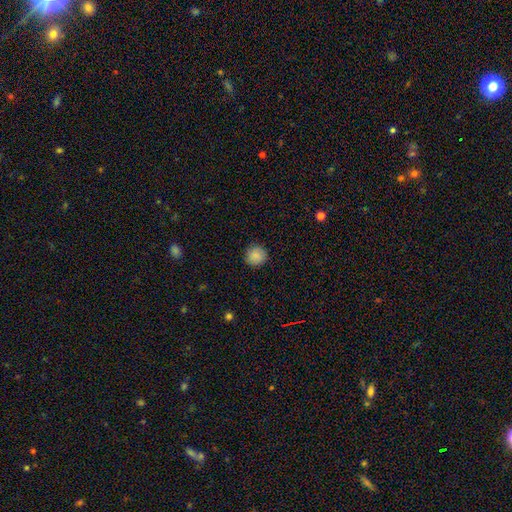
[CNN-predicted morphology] Overall: smooth (88%). How rounded: round (93%). Merging: none (89%).